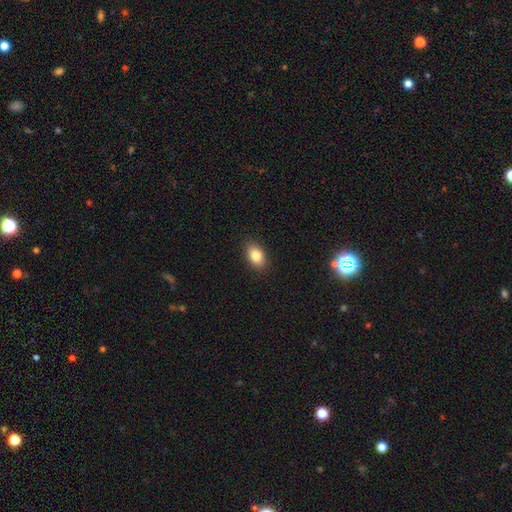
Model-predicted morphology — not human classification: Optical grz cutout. It shows a smooth galaxy with no disk features (84%) that is in between round and cigar-shaped (85%). Merging: none (88%).